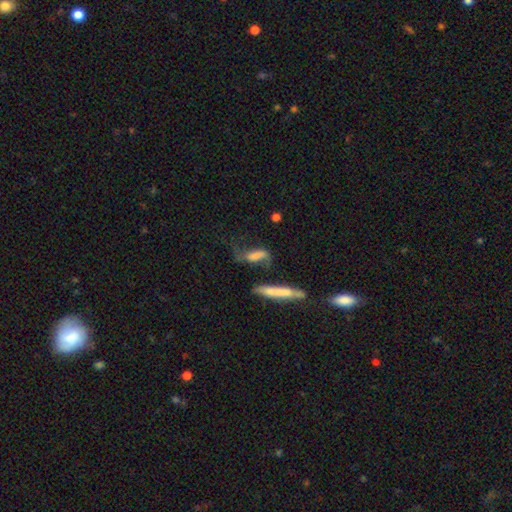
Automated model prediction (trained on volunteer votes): A smooth galaxy with no disk features (47%). Merging: none (40%).